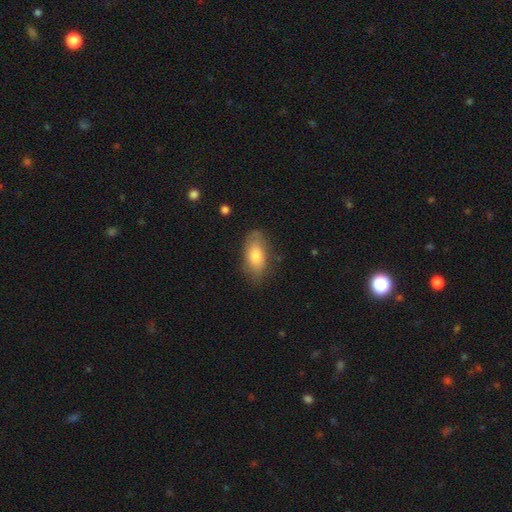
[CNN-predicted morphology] smooth 74%, featured or disk 19%, star or artifact 7%. Down the decision tree: how rounded — in between (90%); merging — none (75%).